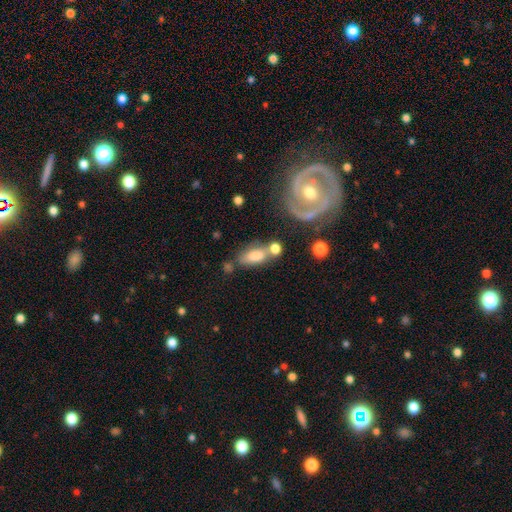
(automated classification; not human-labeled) Overall: smooth (72%). How rounded: in between (79%). Merging: none (46%; merger 28%).